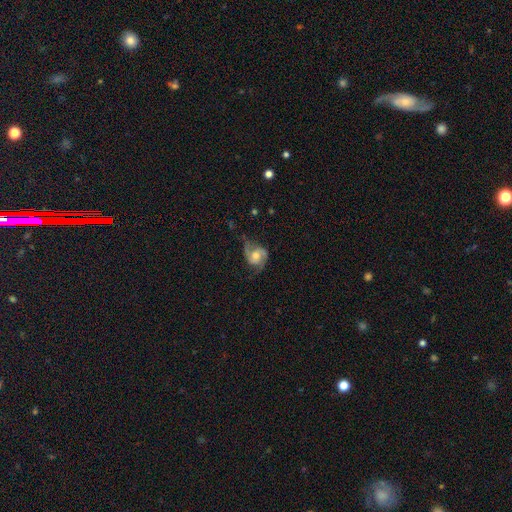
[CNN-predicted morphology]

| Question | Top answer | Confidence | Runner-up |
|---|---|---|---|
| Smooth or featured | featured or disk | 80% | smooth (14%) |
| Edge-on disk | no | 97% | yes (3%) |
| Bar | no | 61% | weak (31%) |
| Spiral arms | yes | 95% | no (5%) |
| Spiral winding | medium | 49% | loose (31%) |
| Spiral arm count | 2 | 87% | can't tell (4%) |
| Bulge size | moderate | 62% | small (22%) |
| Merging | none | 61% | minor disturbance (24%) |